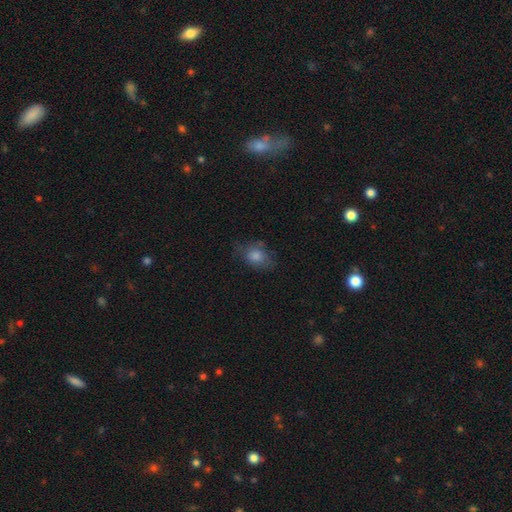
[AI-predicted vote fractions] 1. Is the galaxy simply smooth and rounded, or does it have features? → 73% smooth, 15% featured or disk, 12% star or artifact.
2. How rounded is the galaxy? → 66% in between, 33% round, 2% cigar-shaped.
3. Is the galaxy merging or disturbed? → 61% none, 26% minor disturbance, 12% major disturbance, 2% merger.